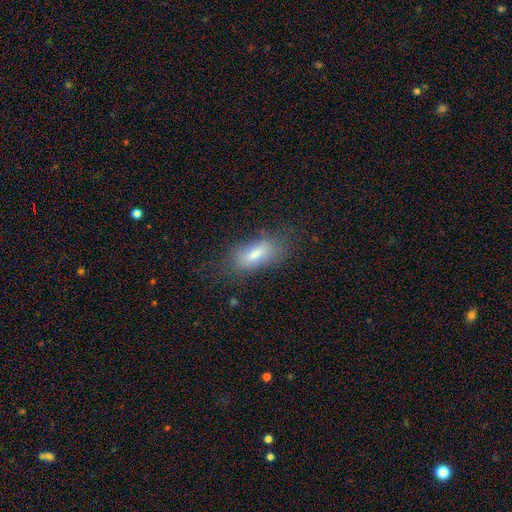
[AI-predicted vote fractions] Q: Smooth or featured?
A: smooth (70%); runner-up: featured or disk (19%)
Q: How rounded?
A: in between (79%); runner-up: cigar-shaped (18%)
Q: Merging?
A: none (67%); runner-up: minor disturbance (22%)